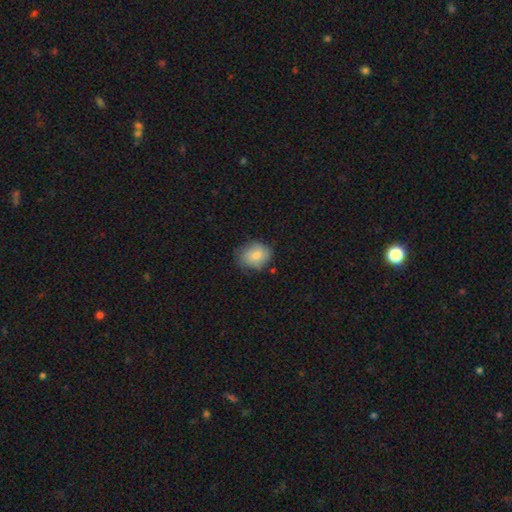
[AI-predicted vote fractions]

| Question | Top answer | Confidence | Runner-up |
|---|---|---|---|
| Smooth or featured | smooth | 77% | featured or disk (15%) |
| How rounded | round | 51% | in between (49%) |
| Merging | none | 68% | minor disturbance (25%) |